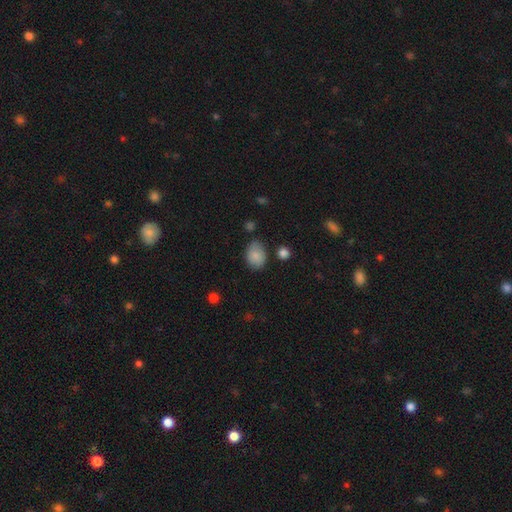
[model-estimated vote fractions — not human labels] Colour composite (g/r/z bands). It shows a smooth galaxy with no disk features (83%) that is in between round and cigar-shaped (71%). Merging: none (68%).